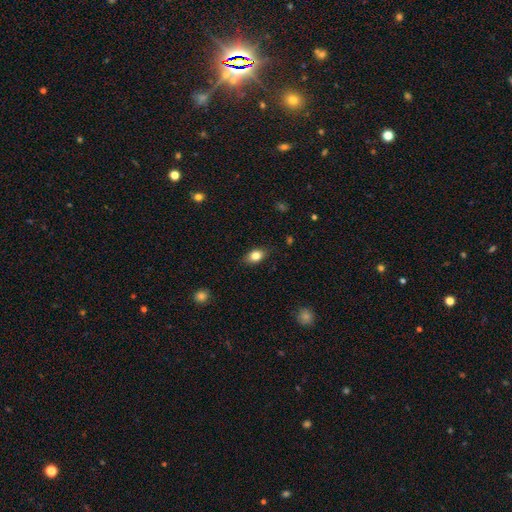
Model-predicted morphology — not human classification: This appears to be a smooth galaxy with no disk features (80%) that is in between round and cigar-shaped (81%). Merging: none (83%).